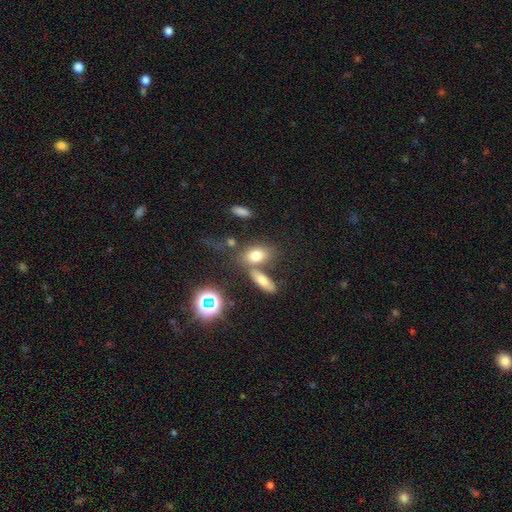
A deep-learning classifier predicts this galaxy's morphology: Smooth or featured: smooth — 73% (featured or disk — 14%)
How rounded: in between — 79% (round — 16%)
Merging: none — 50% (merger — 31%)